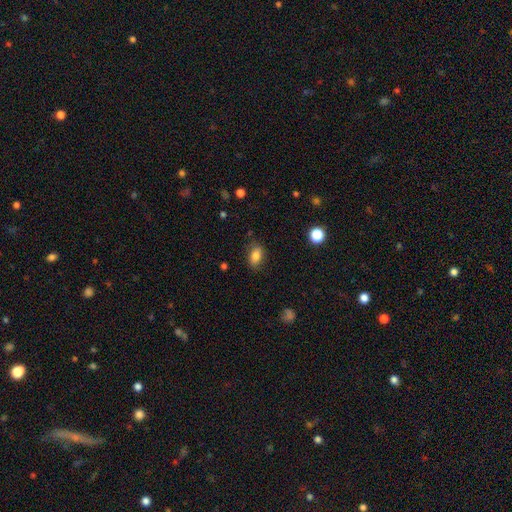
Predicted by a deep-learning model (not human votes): smooth 82%, star or artifact 9%, featured or disk 9%. Down the decision tree: how rounded — in between (86%); merging — none (81%).